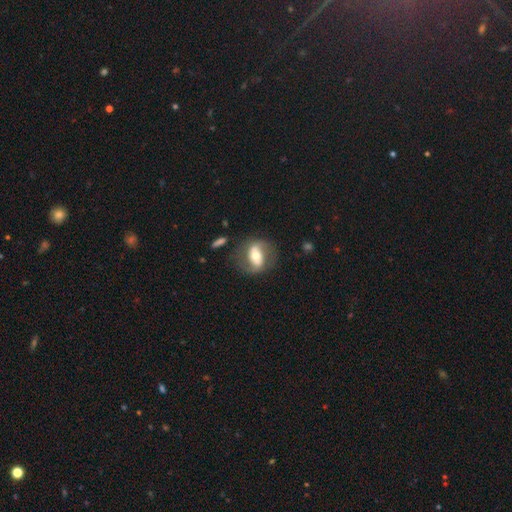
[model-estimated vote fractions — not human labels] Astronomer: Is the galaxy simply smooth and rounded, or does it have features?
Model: featured or disk — 65%.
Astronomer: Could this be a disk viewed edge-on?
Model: no — 92%.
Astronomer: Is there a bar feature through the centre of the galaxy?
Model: strong — 45% (runner-up: weak, 29%).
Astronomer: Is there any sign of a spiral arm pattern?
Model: yes — 73%.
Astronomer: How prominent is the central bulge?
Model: moderate — 67%.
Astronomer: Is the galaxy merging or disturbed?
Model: none — 71%.